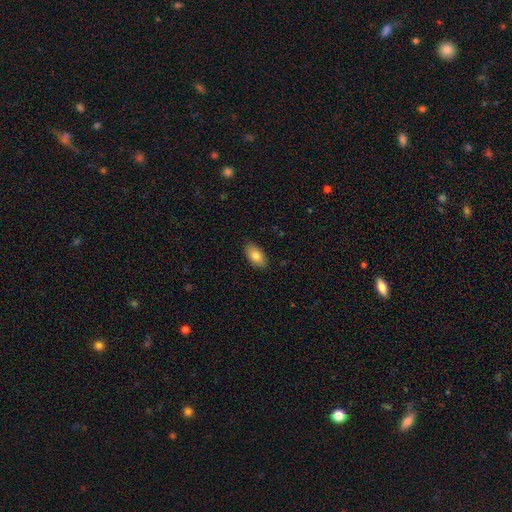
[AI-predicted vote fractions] smooth-or-featured: smooth: 83% | featured or disk: 10% | star or artifact: 7%
  how-rounded: in between: 93% | round: 4% | cigar-shaped: 3%
  merging: none: 87% | minor disturbance: 10% | major disturbance: 2% | merger: 1%